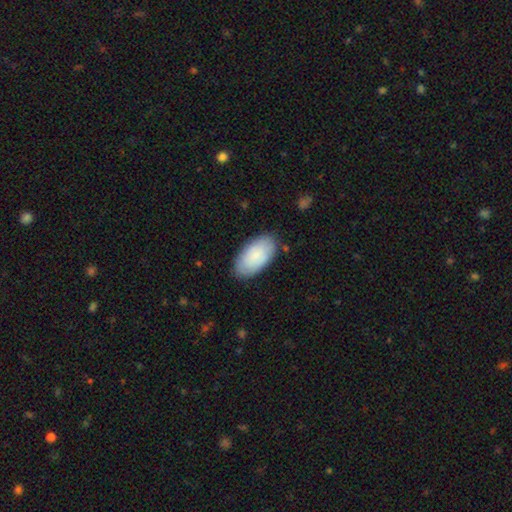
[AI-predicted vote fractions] Smooth or featured? smooth (82%)
How rounded? in between (96%)
Merging? none (84%)